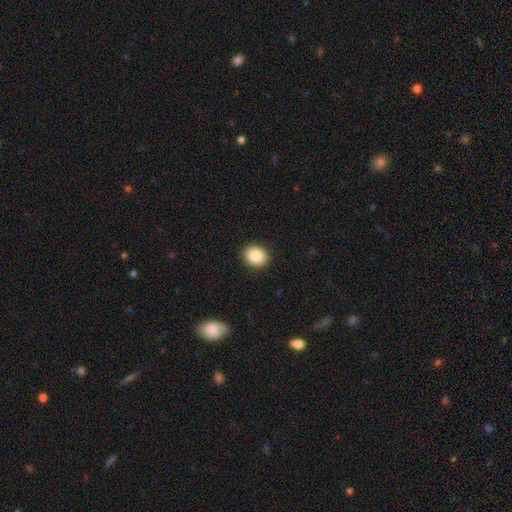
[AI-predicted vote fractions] Q: Smooth or featured?
A: smooth (86%); runner-up: star or artifact (9%)
Q: How rounded?
A: round (61%); runner-up: in between (38%)
Q: Merging?
A: none (91%); runner-up: minor disturbance (7%)